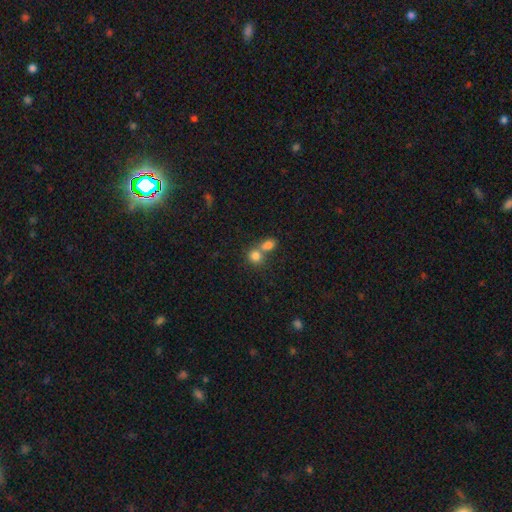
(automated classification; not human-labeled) This is likely a smooth galaxy (80%). How rounded: likely round (72%). Merging: possibly merger (57%).